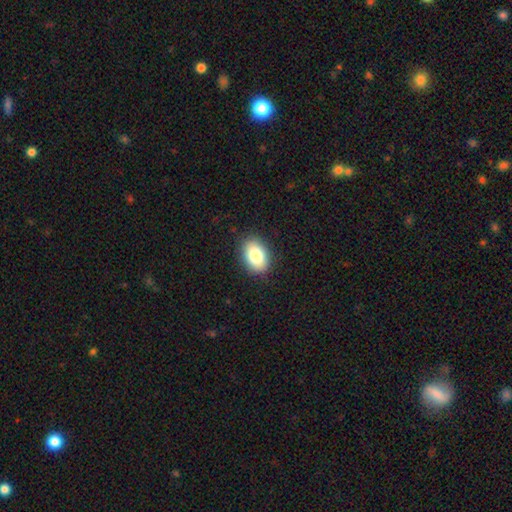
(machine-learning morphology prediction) The model was most divided on "how rounded": in between: 84%, round: 14%, cigar-shaped: 1%. More confident: merging — none (89%); smooth or featured — smooth (83%).